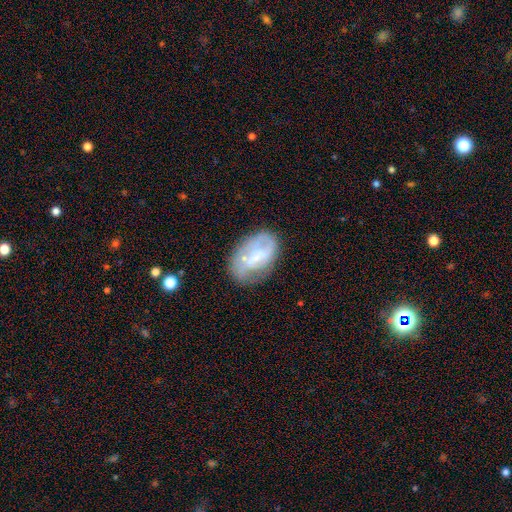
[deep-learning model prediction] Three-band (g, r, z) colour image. It shows a featured or disk galaxy (49%). Merging: none (53%).